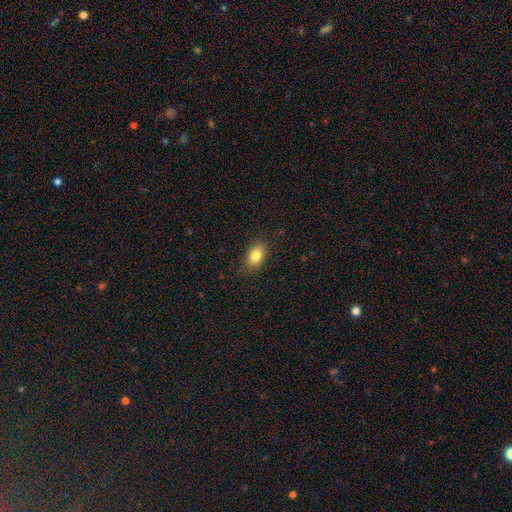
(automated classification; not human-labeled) A smooth galaxy with no disk features (83%) that is in between round and cigar-shaped (85%). Merging: none (86%).